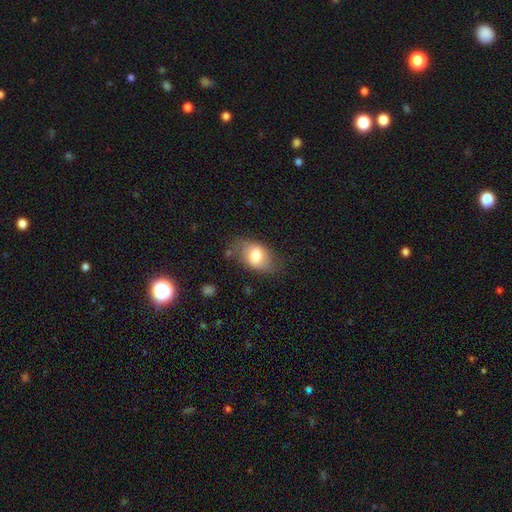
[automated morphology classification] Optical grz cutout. It shows a smooth galaxy with no disk features (73%) that is in between round and cigar-shaped (84%). Merging: none (65%).